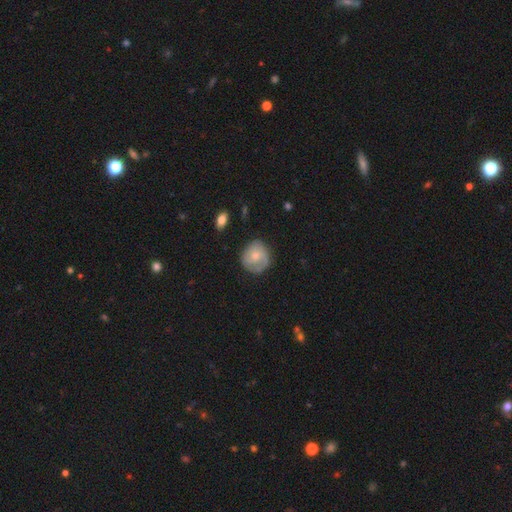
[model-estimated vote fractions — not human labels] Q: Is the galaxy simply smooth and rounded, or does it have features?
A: featured or disk — 51%.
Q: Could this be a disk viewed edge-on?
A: no — 97%.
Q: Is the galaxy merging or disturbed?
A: none — 68%.